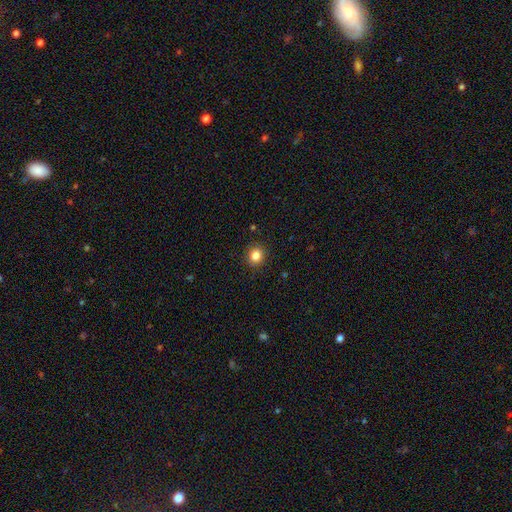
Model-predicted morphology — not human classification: Smooth or featured?
  - smooth: 84% *
  - star or artifact: 11%
  - featured or disk: 5%
How rounded?
  - round: 78% *
  - in between: 21%
  - cigar-shaped: 1%
Merging?
  - none: 90% *
  - minor disturbance: 7%
  - major disturbance: 2%
  - merger: 1%